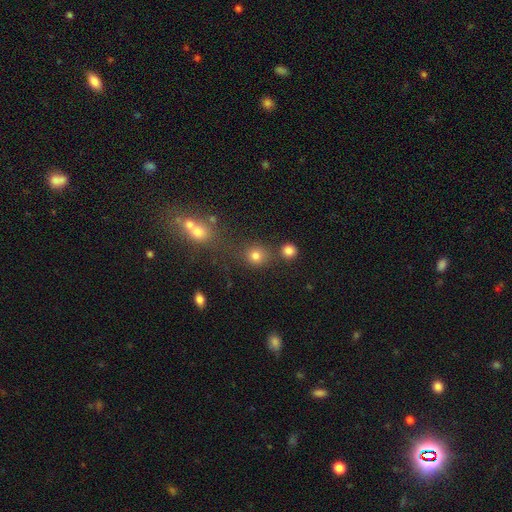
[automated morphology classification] A smooth galaxy with no disk features (79%) that is round (86%). Merging: none (71%).